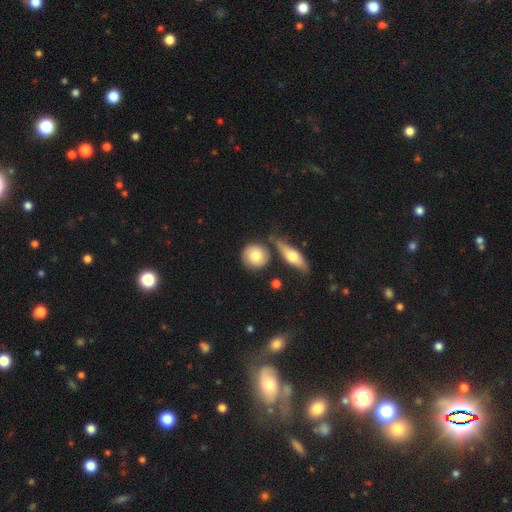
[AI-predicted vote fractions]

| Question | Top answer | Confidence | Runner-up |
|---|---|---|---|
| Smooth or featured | smooth | 64% | featured or disk (30%) |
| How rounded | round | 83% | in between (14%) |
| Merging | none | 68% | minor disturbance (15%) |